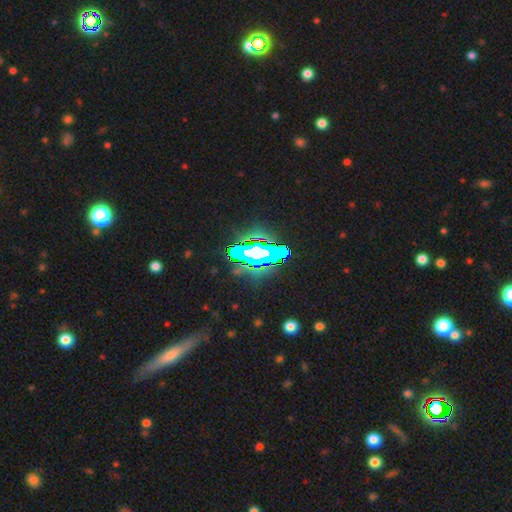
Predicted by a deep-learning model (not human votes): A star or artifact, not a galaxy (61%).